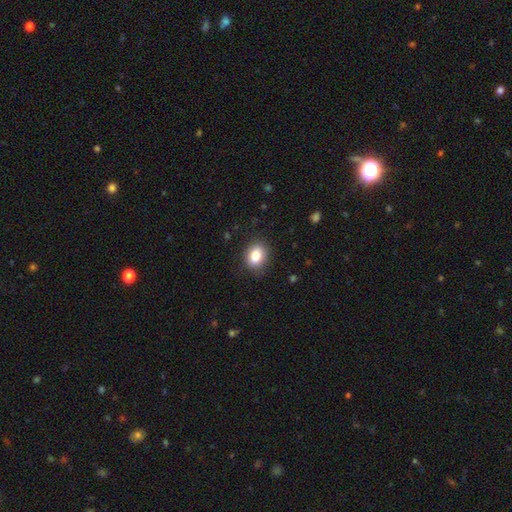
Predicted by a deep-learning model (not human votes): A smooth galaxy with no disk features (86%) that is in between round and cigar-shaped (61%). Merging: none (85%).